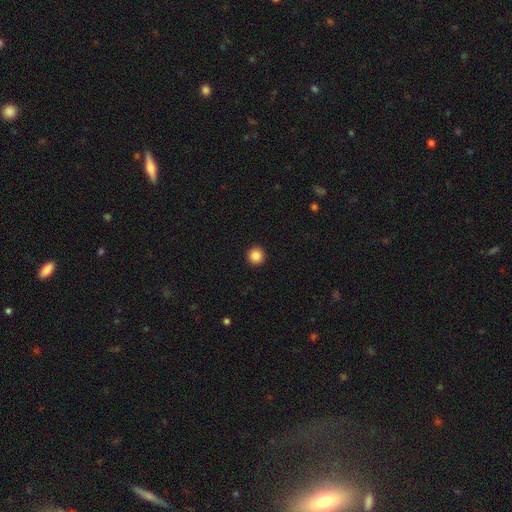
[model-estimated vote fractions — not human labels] A smooth galaxy with no disk features (86%) that is round (96%).

Vote fractions:
- Smooth or featured? smooth: 86% / star or artifact: 10% / featured or disk: 4%
- How rounded? round: 96% / in between: 3% / cigar-shaped: 1%
- Merging? none: 94% / minor disturbance: 4% / major disturbance: 1% / merger: 1%